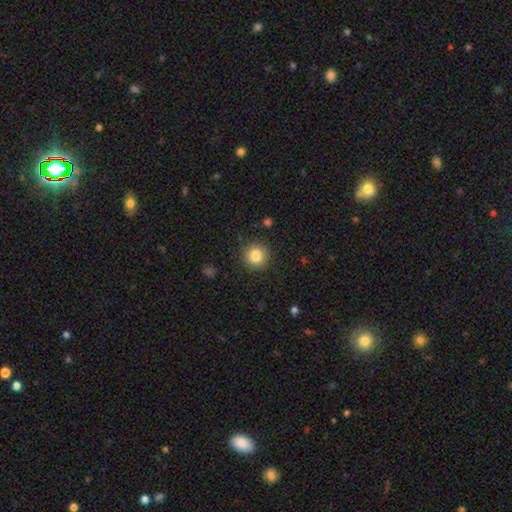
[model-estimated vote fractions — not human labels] Smooth or featured? Predicted: smooth (p=0.84). How rounded? Predicted: round (p=0.94). Merging? Predicted: none (p=0.90).